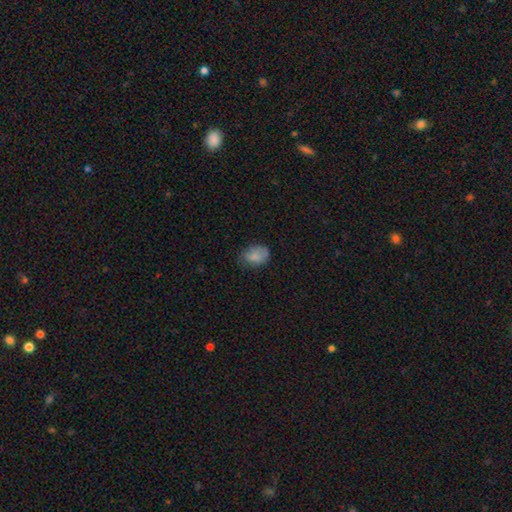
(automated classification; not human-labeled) Morphology: type=smooth (80%); roundness=in between (75%); merging=none (63%).